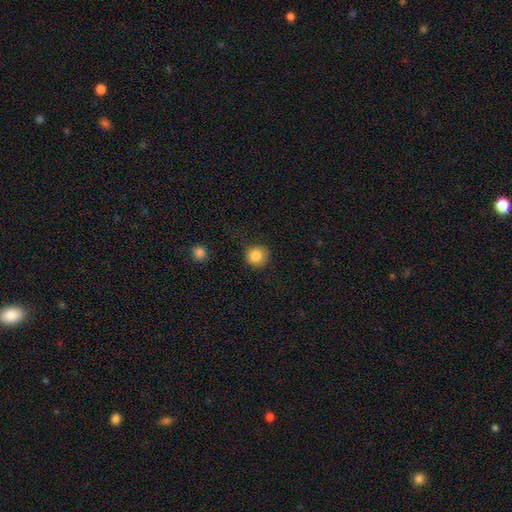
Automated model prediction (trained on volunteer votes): A smooth galaxy with no disk features (86%) that is round (90%). Merging: none (82%).